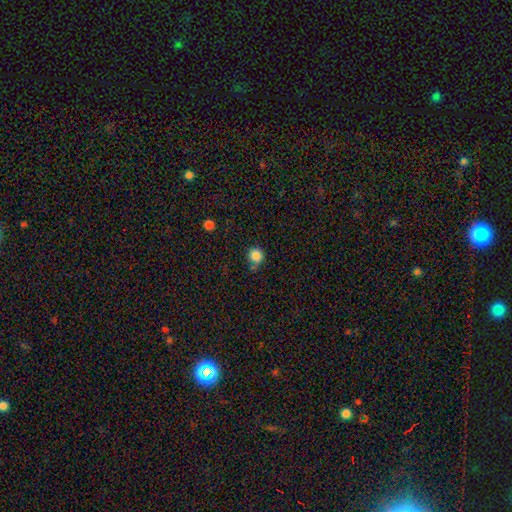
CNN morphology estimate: A smooth galaxy with no disk features (85%) that is round (91%). Merging: none (69%).